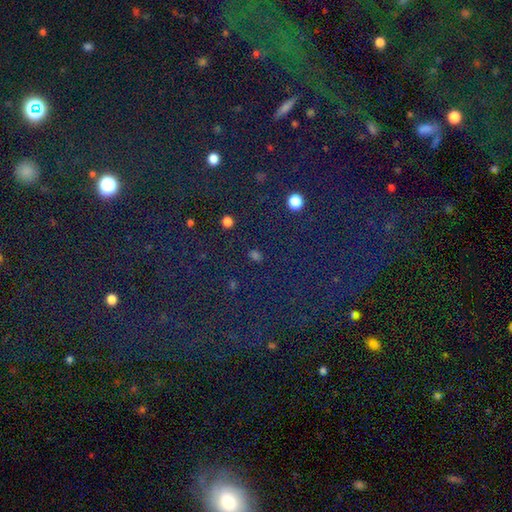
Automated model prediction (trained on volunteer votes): A star or artifact, not a galaxy (77%).